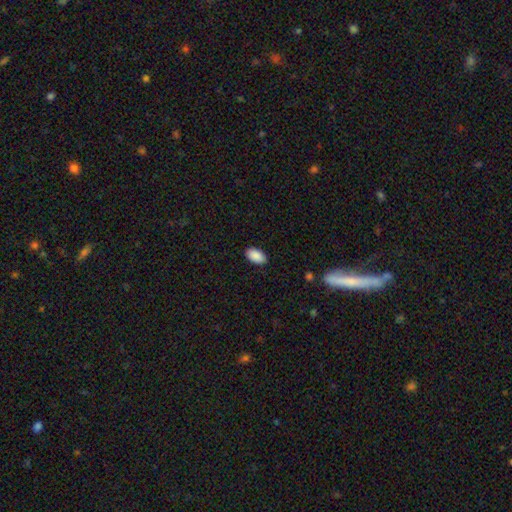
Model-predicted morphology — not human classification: Smooth or featured: smooth — 90% (star or artifact — 7%)
How rounded: in between — 95% (round — 4%)
Merging: none — 88% (minor disturbance — 9%)